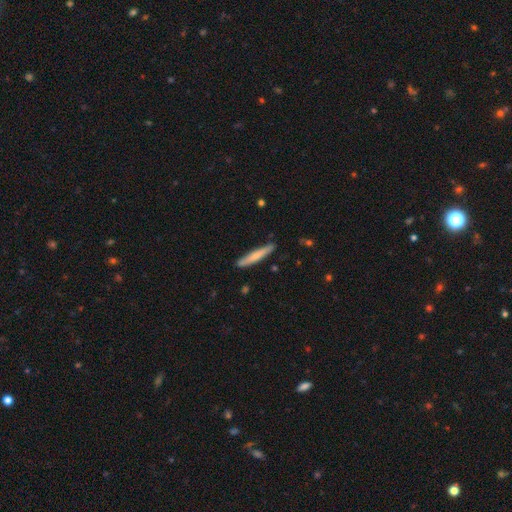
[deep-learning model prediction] The model was most divided on "smooth or featured": smooth: 64%, featured or disk: 30%, star or artifact: 5%. More confident: how rounded — cigar-shaped (93%); merging — none (85%).